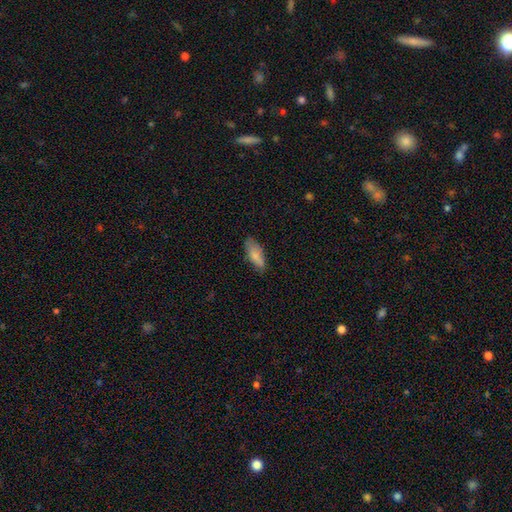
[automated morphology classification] Smooth or featured: smooth — 81% (featured or disk — 12%)
How rounded: in between — 77% (cigar-shaped — 21%)
Merging: none — 69% (minor disturbance — 24%)